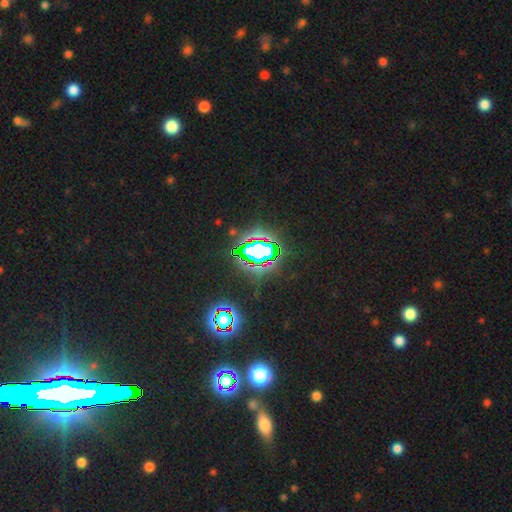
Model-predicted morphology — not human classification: Smooth or featured? star or artifact (76%)